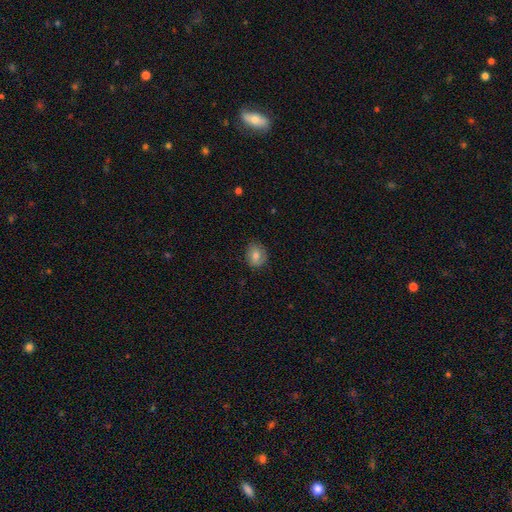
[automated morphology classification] A smooth galaxy with no disk features (78%) that is round (60%).

Vote fractions:
- Smooth or featured? smooth: 78% / featured or disk: 13% / star or artifact: 9%
- How rounded? round: 60% / in between: 39% / cigar-shaped: 1%
- Merging? none: 79% / minor disturbance: 16% / major disturbance: 3% / merger: 1%